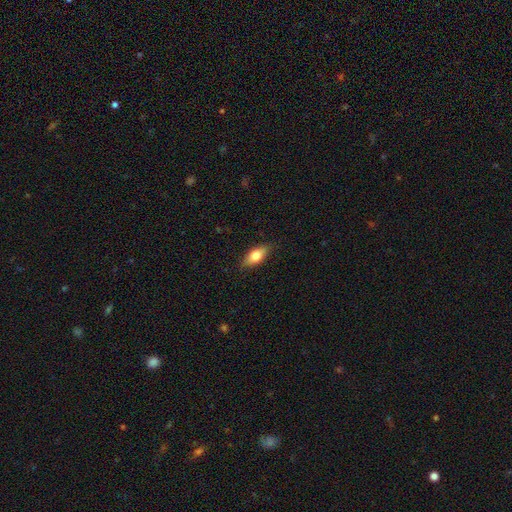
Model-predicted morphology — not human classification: Smooth or featured? smooth (71%)
How rounded? in between (79%)
Merging? none (85%)